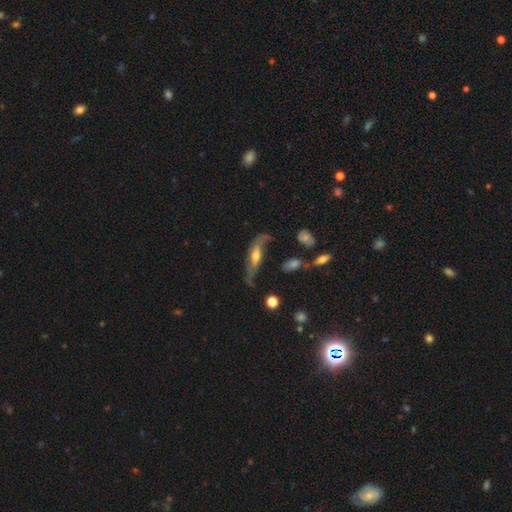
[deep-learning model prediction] This is likely a featured or disk galaxy (64%). It is likely not viewed edge-on (62%). Merging: marginally none (41%).